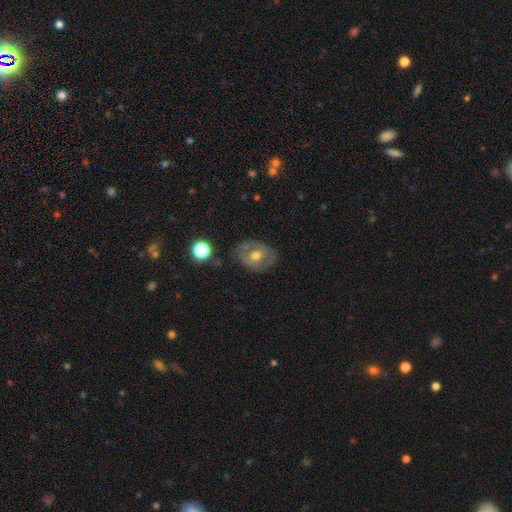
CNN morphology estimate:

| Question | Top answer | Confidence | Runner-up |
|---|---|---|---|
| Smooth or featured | featured or disk | 54% | smooth (37%) |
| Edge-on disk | no | 94% | yes (6%) |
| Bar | no | 57% | weak (31%) |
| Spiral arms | no | 61% | yes (39%) |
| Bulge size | moderate | 70% | small (24%) |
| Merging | none | 73% | minor disturbance (18%) |